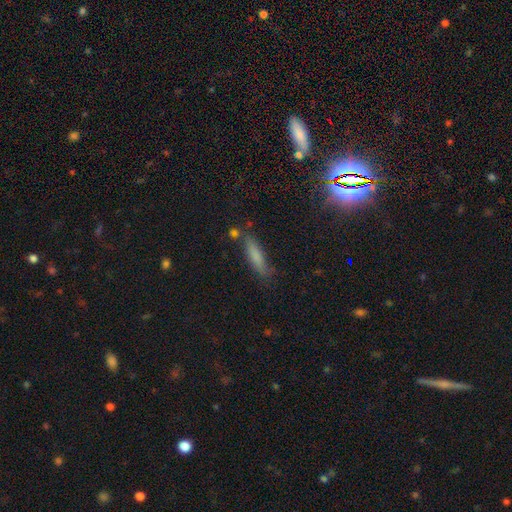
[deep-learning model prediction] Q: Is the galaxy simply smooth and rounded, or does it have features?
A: smooth — 68%.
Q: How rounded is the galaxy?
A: cigar-shaped — 76%.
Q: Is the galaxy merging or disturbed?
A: none — 70%.